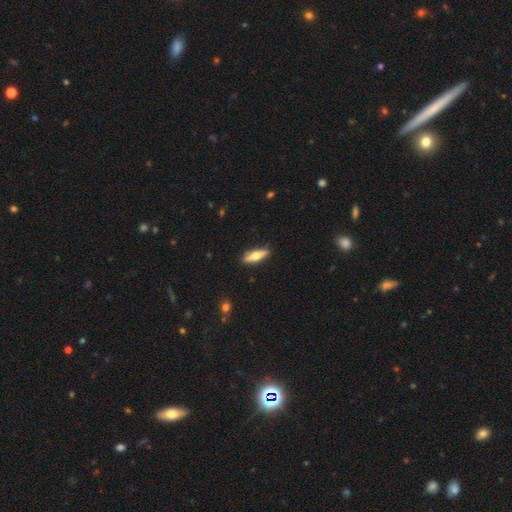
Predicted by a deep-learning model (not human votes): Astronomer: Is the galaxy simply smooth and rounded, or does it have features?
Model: smooth — 52% (runner-up: featured or disk, 43%).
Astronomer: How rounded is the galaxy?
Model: cigar-shaped — 62%.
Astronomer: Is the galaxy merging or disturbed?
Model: none — 86%.